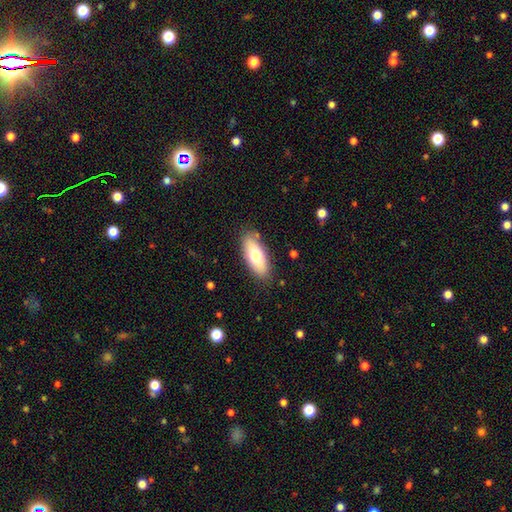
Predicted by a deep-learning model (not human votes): smooth-or-featured: smooth: 70% | featured or disk: 24% | star or artifact: 6%
  how-rounded: in between: 80% | cigar-shaped: 18% | round: 2%
  merging: none: 84% | minor disturbance: 12% | major disturbance: 3% | merger: 2%